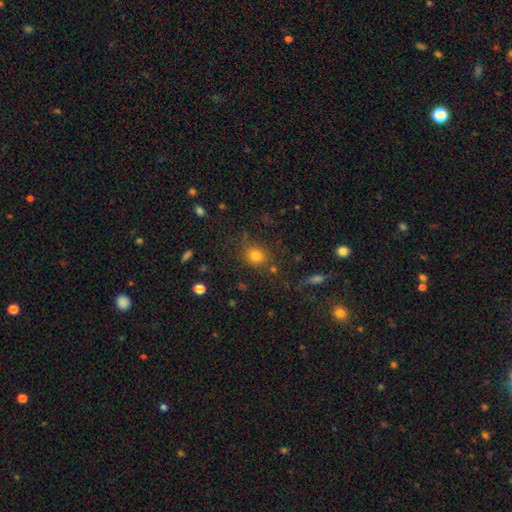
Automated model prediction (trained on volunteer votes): Overall: smooth (79%). How rounded: round (77%). Merging: none (79%).